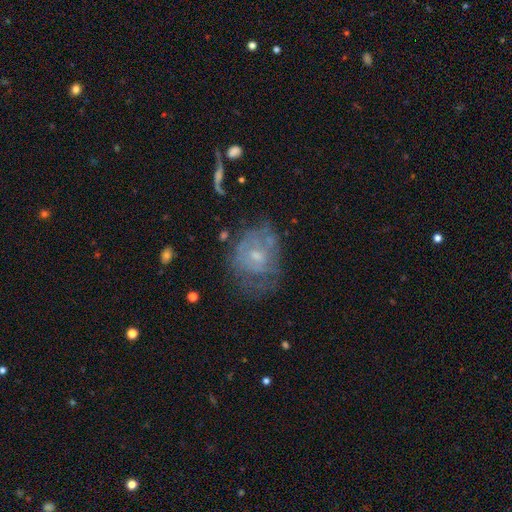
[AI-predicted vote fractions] Smooth or featured?
  - featured or disk: 60% *
  - smooth: 28%
  - star or artifact: 12%
Edge-on disk?
  - no: 96% *
  - yes: 4%
Bar?
  - no: 70% *
  - weak: 26%
  - strong: 4%
Spiral arms?
  - yes: 54% *
  - no: 46%
Bulge size?
  - small: 55% *
  - moderate: 35%
  - none: 7%
  - large: 2%
  - dominant: 1%
Merging?
  - none: 50% *
  - minor disturbance: 25%
  - major disturbance: 21%
  - merger: 4%